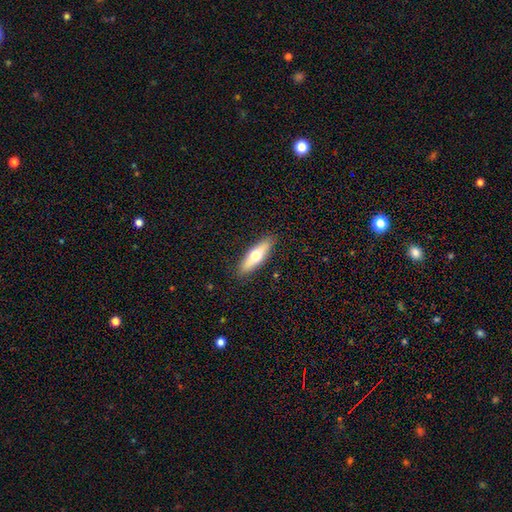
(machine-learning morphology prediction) A smooth galaxy with no disk features (58%) that is cigar-shaped (57%).

Vote fractions:
- Smooth or featured? smooth: 58% / featured or disk: 37% / star or artifact: 6%
- How rounded? cigar-shaped: 57% / in between: 41% / round: 2%
- Merging? none: 89% / minor disturbance: 8% / major disturbance: 2% / merger: 1%